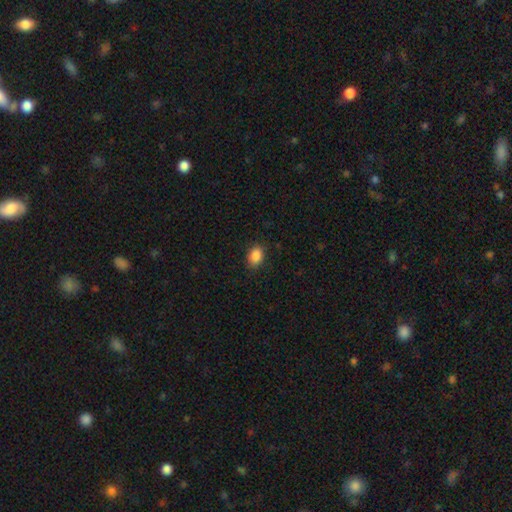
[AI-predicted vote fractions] Q: Smooth or featured?
A: smooth (88%); runner-up: star or artifact (9%)
Q: How rounded?
A: in between (75%); runner-up: round (24%)
Q: Merging?
A: none (85%); runner-up: minor disturbance (11%)